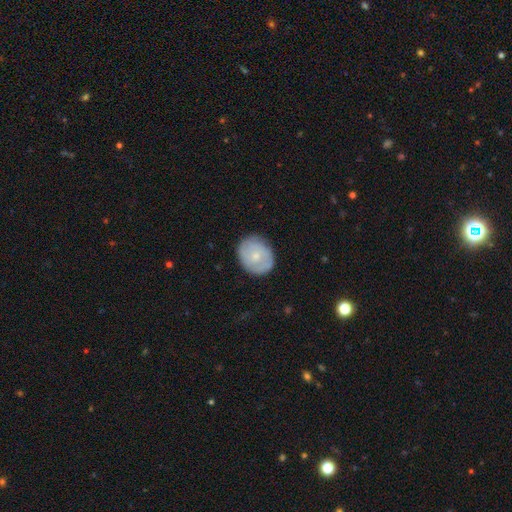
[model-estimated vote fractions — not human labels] smooth-or-featured: smooth: 57% | featured or disk: 37% | star or artifact: 6%
  how-rounded: round: 65% | in between: 34% | cigar-shaped: 1%
  merging: none: 81% | minor disturbance: 15% | major disturbance: 3% | merger: 1%